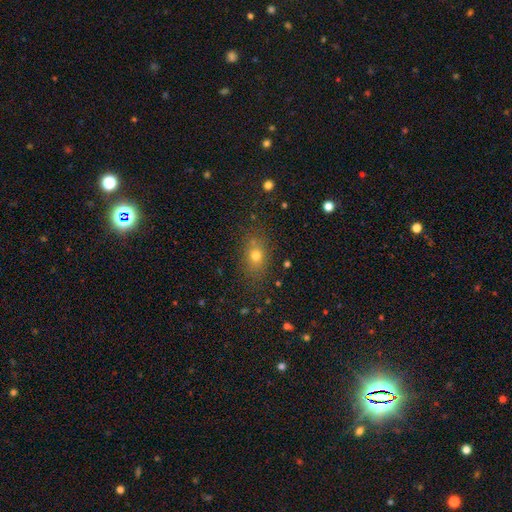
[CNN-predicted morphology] The model was most divided on "how rounded": in between: 61%, round: 36%, cigar-shaped: 3%. More confident: merging — none (80%); smooth or featured — smooth (72%).